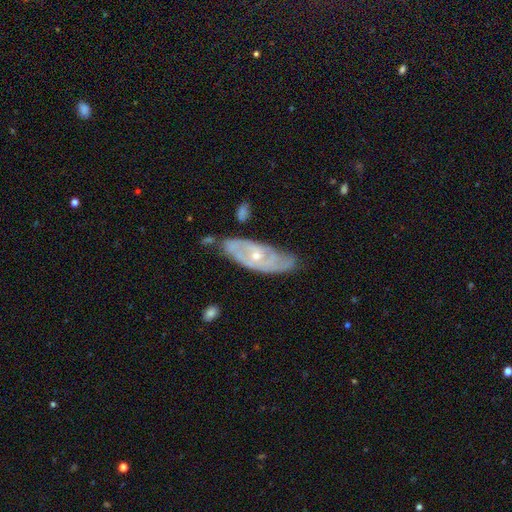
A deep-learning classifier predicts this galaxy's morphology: The model was most divided on "spiral arm count": can't tell: 41%, 2: 39%, 3: 10%, 1: 4%, 4: 4%, more than 4: 2%. More confident: edge-on disk — no (86%); spiral arms — yes (81%); smooth or featured — featured or disk (76%); bar — no (74%); bulge size — small (62%); merging — none (60%); spiral winding — tight (59%).